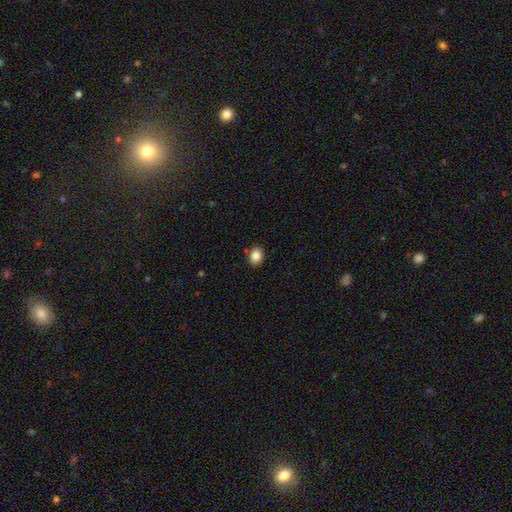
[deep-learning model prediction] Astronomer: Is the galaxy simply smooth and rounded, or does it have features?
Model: smooth — 85%.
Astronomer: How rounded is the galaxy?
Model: in between — 54% (runner-up: round, 45%).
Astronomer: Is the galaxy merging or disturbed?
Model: none — 87%.